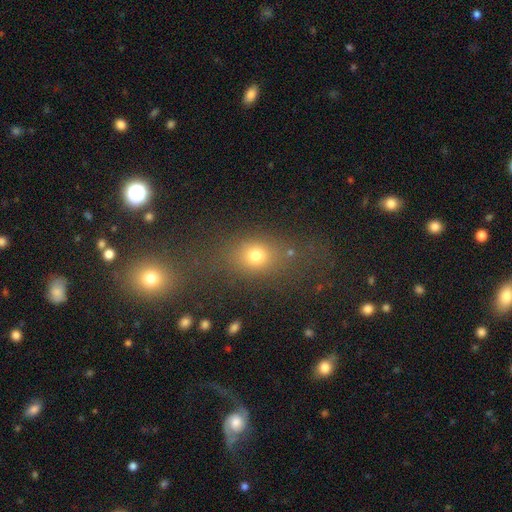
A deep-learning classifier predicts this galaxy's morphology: Smooth or featured?
  - smooth: 70% *
  - star or artifact: 19%
  - featured or disk: 12%
How rounded?
  - round: 48% * (tied)
  - in between: 48% * (tied)
  - cigar-shaped: 4%
Merging?
  - none: 59% *
  - merger: 17%
  - minor disturbance: 13%
  - major disturbance: 11%